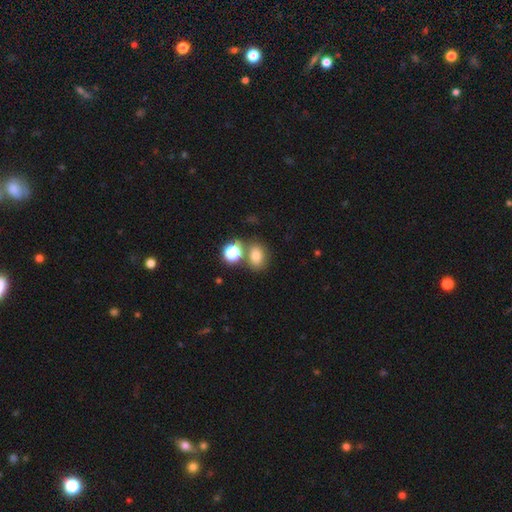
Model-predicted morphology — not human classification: This is likely a smooth galaxy (75%). How rounded: possibly in between (59%). Merging: likely none (63%).